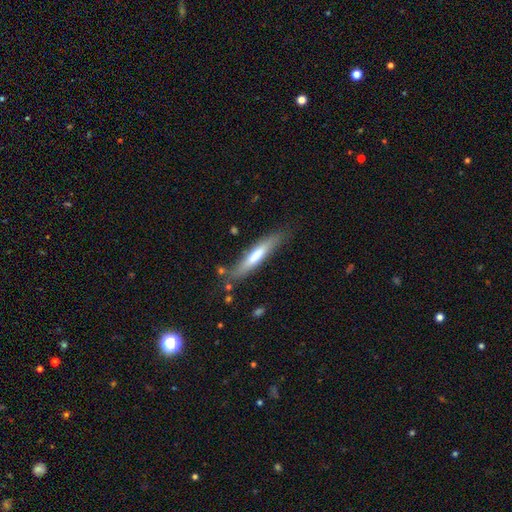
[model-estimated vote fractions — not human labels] A smooth galaxy with no disk features (62%) that is cigar-shaped (86%).

Vote fractions:
- Smooth or featured? smooth: 62% / featured or disk: 32% / star or artifact: 6%
- How rounded? cigar-shaped: 86% / in between: 13% / round: 1%
- Merging? none: 72% / minor disturbance: 18% / major disturbance: 5% / merger: 4%